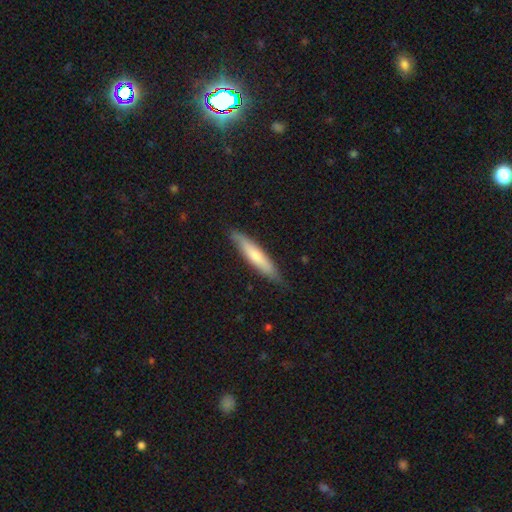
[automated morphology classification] smooth 63%, featured or disk 33%, star or artifact 5%. Down the decision tree: how rounded — cigar-shaped (88%); merging — none (83%).